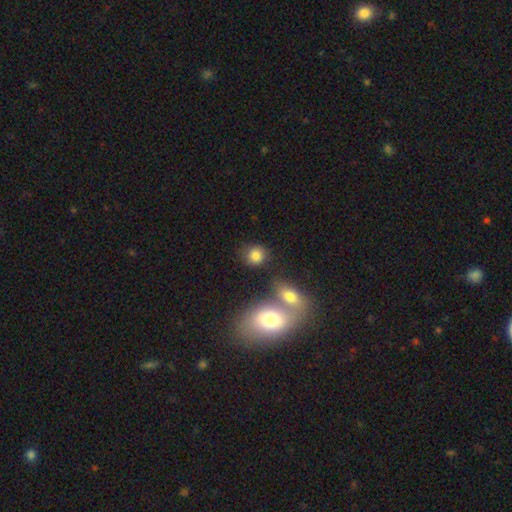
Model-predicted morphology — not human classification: A smooth galaxy with no disk features (82%) that is round (76%).

Vote fractions:
- Smooth or featured? smooth: 82% / star or artifact: 10% / featured or disk: 8%
- How rounded? round: 76% / in between: 22% / cigar-shaped: 2%
- Merging? none: 72% / merger: 12% / minor disturbance: 12% / major disturbance: 5%